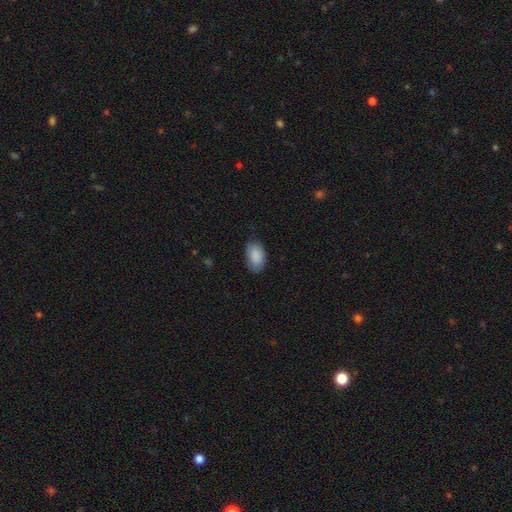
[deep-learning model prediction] Overall: smooth (89%). How rounded: in between (93%). Merging: none (76%).